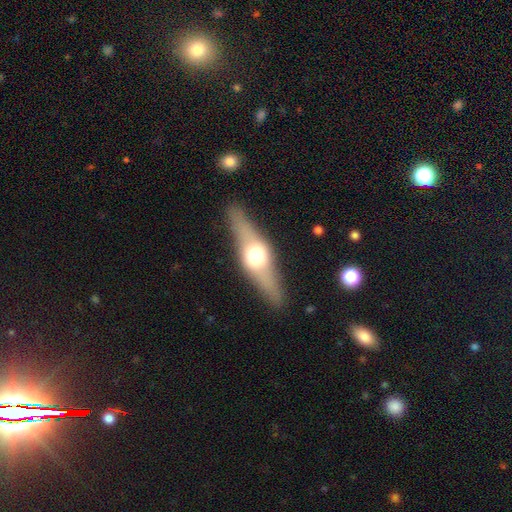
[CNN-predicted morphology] type=featured or disk (61%); edge-on=yes (88%); edge-on bulge=rounded (93%); merging=none (86%).